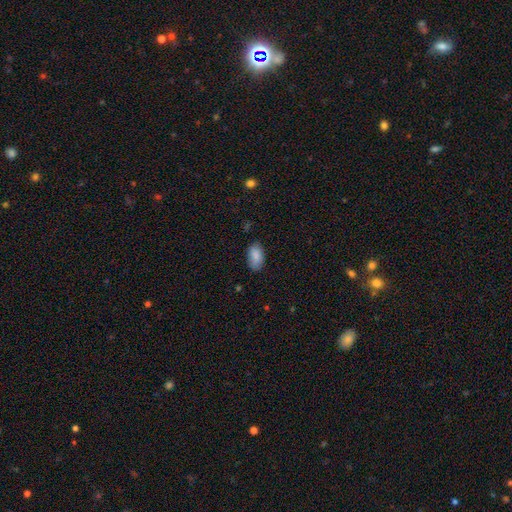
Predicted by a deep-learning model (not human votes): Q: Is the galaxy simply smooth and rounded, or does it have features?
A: smooth — 87%.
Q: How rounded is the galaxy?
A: in between — 94%.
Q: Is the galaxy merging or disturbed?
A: none — 80%.